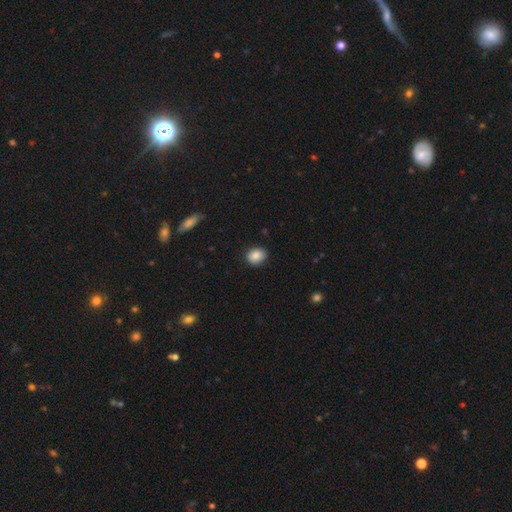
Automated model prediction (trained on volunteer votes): This is clearly a smooth galaxy (87%). How rounded: possibly round (58%). Merging: clearly none (85%).